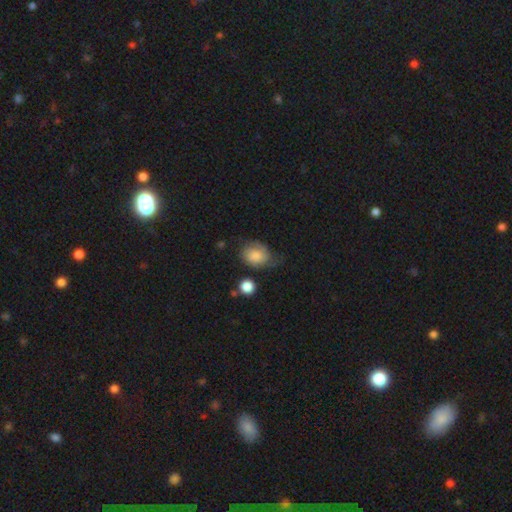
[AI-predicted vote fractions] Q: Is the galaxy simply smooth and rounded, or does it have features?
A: smooth — 69%.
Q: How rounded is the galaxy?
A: in between — 61%.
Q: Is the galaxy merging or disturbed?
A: none — 42%.